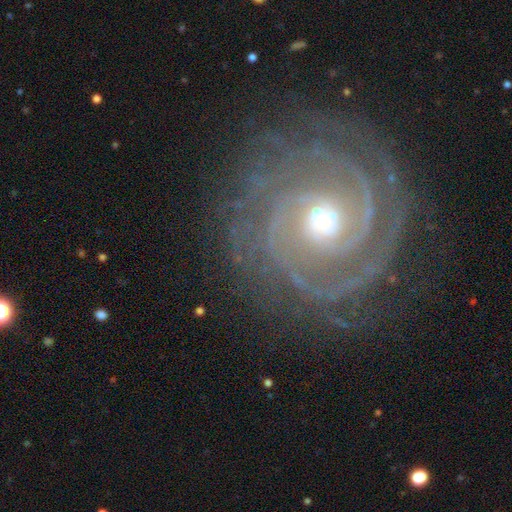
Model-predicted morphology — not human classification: A featured or disk galaxy (91%) with no bar (70%), 2 (32%) tight (84%) spiral arms (98%) and a moderate central bulge (69%). Merging: none (81%).